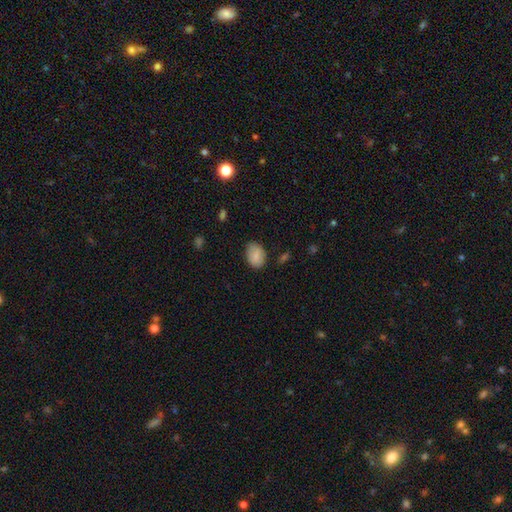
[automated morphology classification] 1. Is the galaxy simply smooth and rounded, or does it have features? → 80% smooth, 13% featured or disk, 8% star or artifact.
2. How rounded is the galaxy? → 76% in between, 23% round, 1% cigar-shaped.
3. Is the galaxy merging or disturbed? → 74% none, 21% minor disturbance, 4% major disturbance, 2% merger.